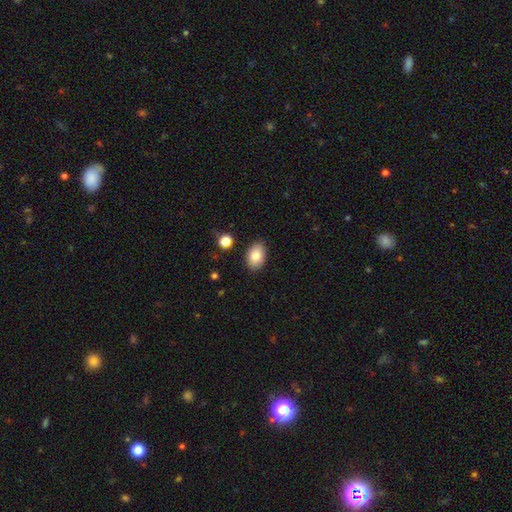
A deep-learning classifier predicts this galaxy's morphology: smooth_or_featured: smooth (p=0.82) [alt: featured or disk p=0.10]
how_rounded: in between (p=0.83) [alt: round p=0.15]
merging: none (p=0.87) [alt: minor disturbance p=0.09]